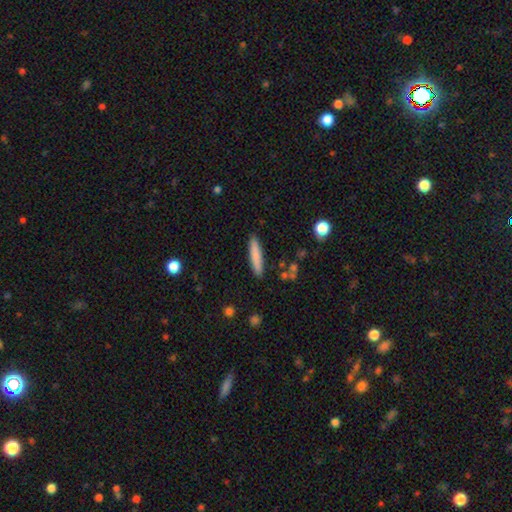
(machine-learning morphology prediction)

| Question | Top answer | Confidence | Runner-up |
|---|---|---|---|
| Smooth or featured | smooth | 80% | featured or disk (14%) |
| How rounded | cigar-shaped | 89% | in between (10%) |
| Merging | none | 88% | minor disturbance (8%) |